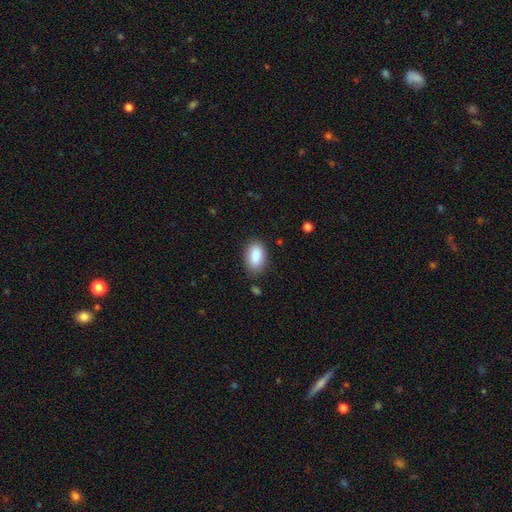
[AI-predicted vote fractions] Smooth or featured?
  - smooth: 87% *
  - star or artifact: 7%
  - featured or disk: 6%
How rounded?
  - in between: 92% *
  - round: 6%
  - cigar-shaped: 2%
Merging?
  - none: 84% *
  - minor disturbance: 11%
  - major disturbance: 3%
  - merger: 2%